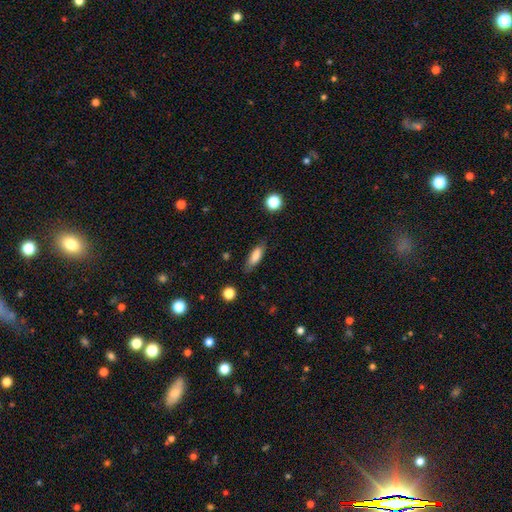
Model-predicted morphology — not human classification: Smooth or featured?
  - smooth: 77% *
  - featured or disk: 15%
  - star or artifact: 8%
How rounded?
  - in between: 55% *
  - cigar-shaped: 43%
  - round: 3%
Merging?
  - none: 79% *
  - minor disturbance: 16%
  - major disturbance: 4%
  - merger: 2%